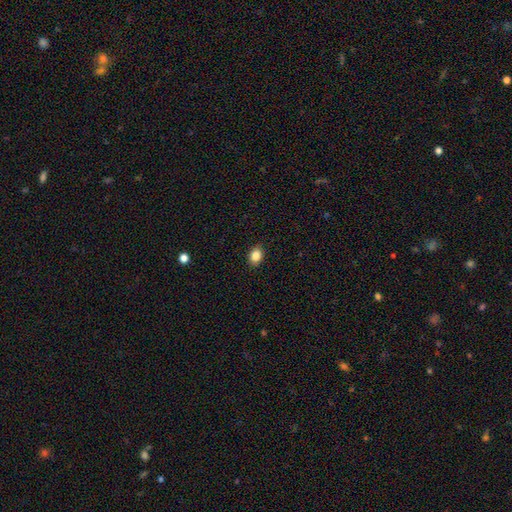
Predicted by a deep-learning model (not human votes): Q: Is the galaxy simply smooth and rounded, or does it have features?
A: smooth — 86%.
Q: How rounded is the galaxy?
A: in between — 66%.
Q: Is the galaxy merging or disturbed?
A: none — 90%.